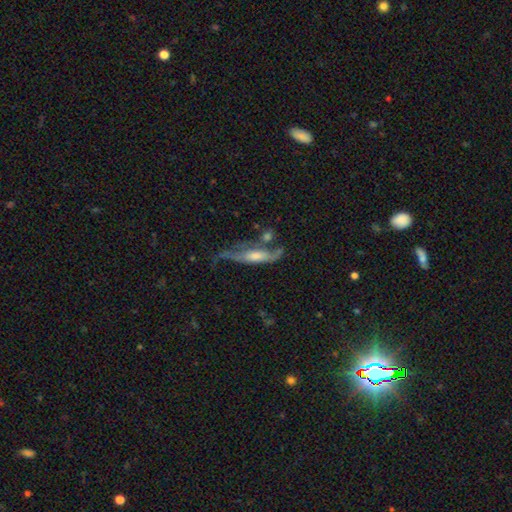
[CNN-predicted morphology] type=featured or disk (65%); edge-on=yes (58%); merging=none (39%).